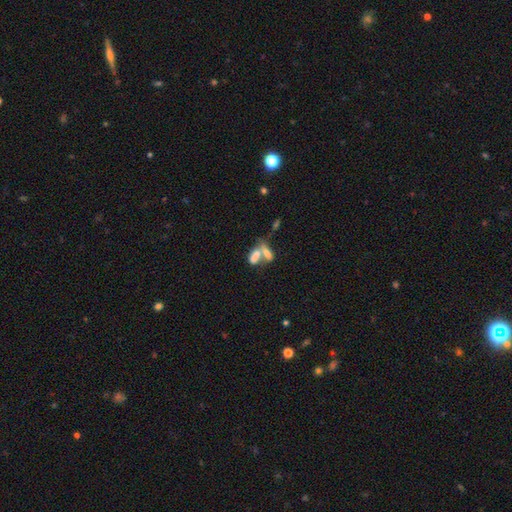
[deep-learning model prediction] Q: Smooth or featured?
A: smooth (68%); runner-up: featured or disk (21%)
Q: How rounded?
A: in between (77%); runner-up: cigar-shaped (17%)
Q: Merging?
A: merger (65%); runner-up: none (21%)